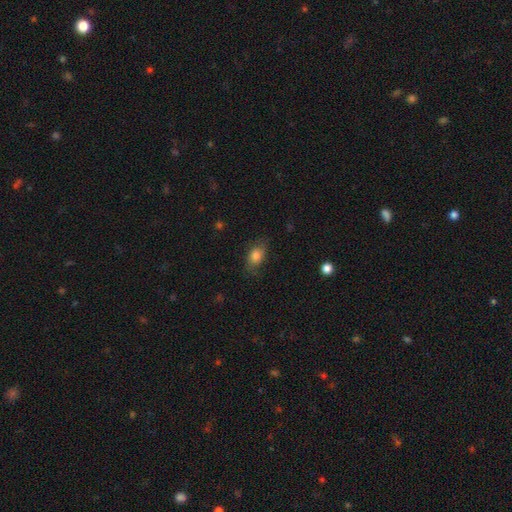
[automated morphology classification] A smooth galaxy with no disk features (78%) that is in between round and cigar-shaped (82%). Merging: none (71%).